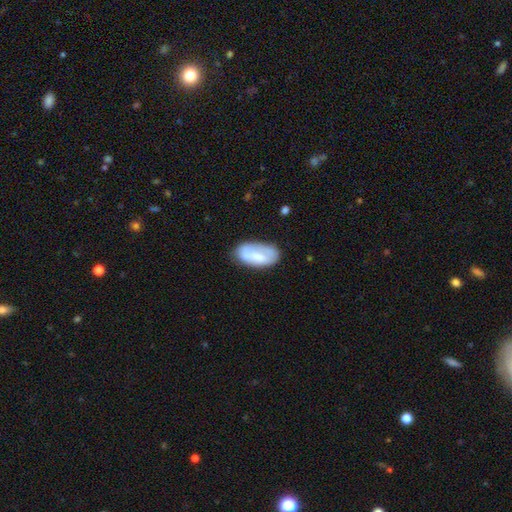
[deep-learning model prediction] This is possibly a smooth galaxy (56%). How rounded: clearly in between (93%). Merging: possibly none (54%).